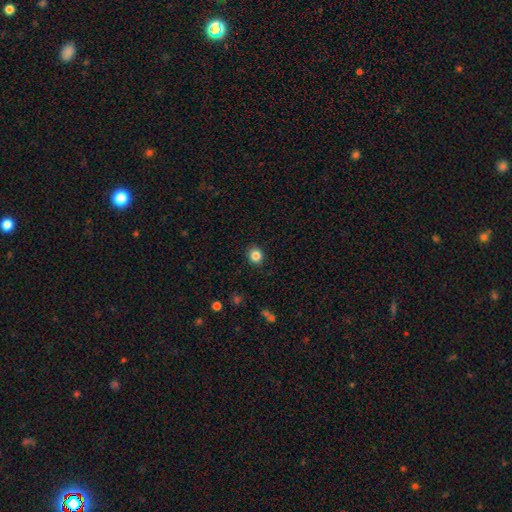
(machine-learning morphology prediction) The model was most divided on "how rounded": round: 79%, in between: 20%, cigar-shaped: 1%. More confident: merging — none (91%); smooth or featured — smooth (85%).